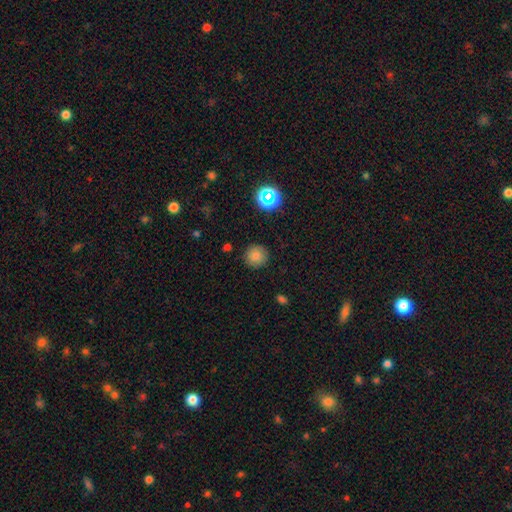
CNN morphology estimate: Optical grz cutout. It shows a smooth galaxy with no disk features (81%) that is round (95%). Merging: none (90%).